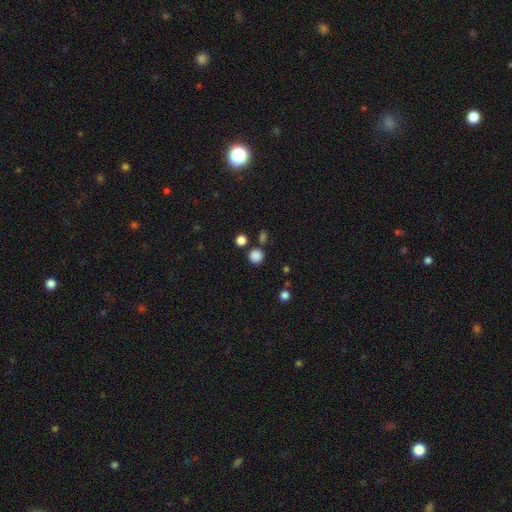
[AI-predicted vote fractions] Overall: smooth (84%). How rounded: round (91%). Merging: none (78%).